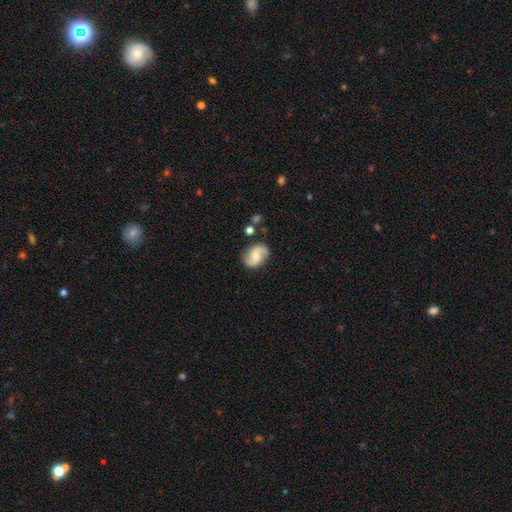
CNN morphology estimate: featured or disk 59%, smooth 34%, star or artifact 7%. Down the decision tree: edge-on disk — no (97%); bar — no (46%); spiral arms — yes (91%); spiral arm count — 2 (90%); spiral winding — loose (48%); bulge size — moderate (51%); merging — none (79%).